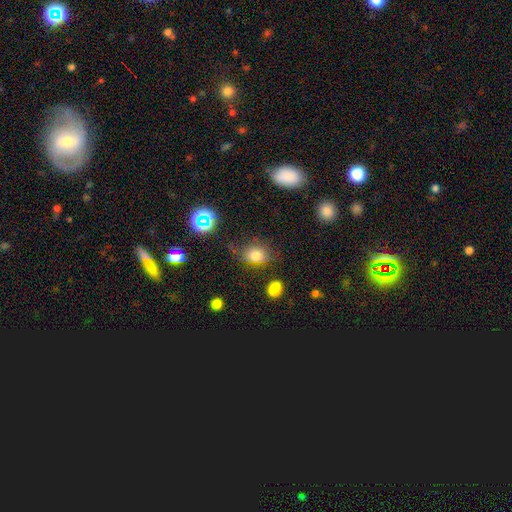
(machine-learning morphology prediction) Smooth or featured? Predicted: smooth (p=0.74). How rounded? Predicted: in between (p=0.50). Merging? Predicted: none (p=0.70).